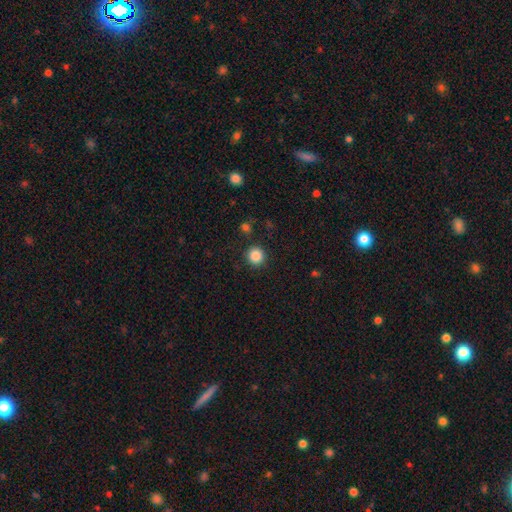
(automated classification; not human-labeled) The model was most divided on "smooth or featured": smooth: 87%, star or artifact: 10%, featured or disk: 3%. More confident: how rounded — round (94%); merging — none (90%).